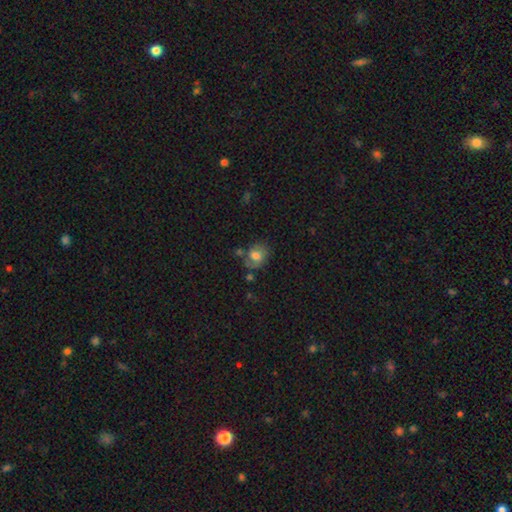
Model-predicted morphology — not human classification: A smooth galaxy with no disk features (68%) that is round (54%).

Vote fractions:
- Smooth or featured? smooth: 68% / featured or disk: 22% / star or artifact: 10%
- How rounded? round: 54% / in between: 45% / cigar-shaped: 1%
- Merging? none: 57% / minor disturbance: 23% / merger: 11% / major disturbance: 9%